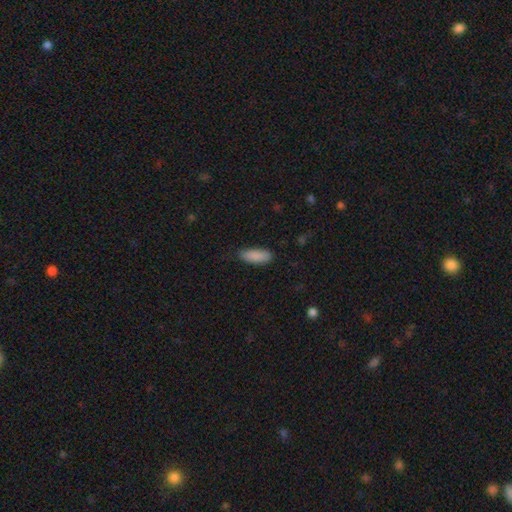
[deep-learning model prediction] Morphology: type=smooth (89%); roundness=in between (77%); merging=none (81%).